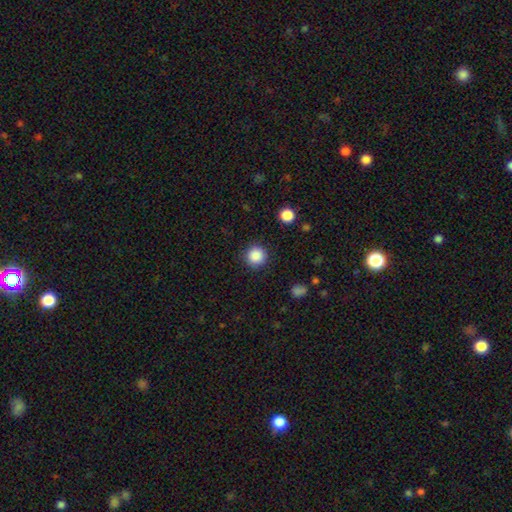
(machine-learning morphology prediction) Overall: smooth (87%). How rounded: round (95%). Merging: none (91%).